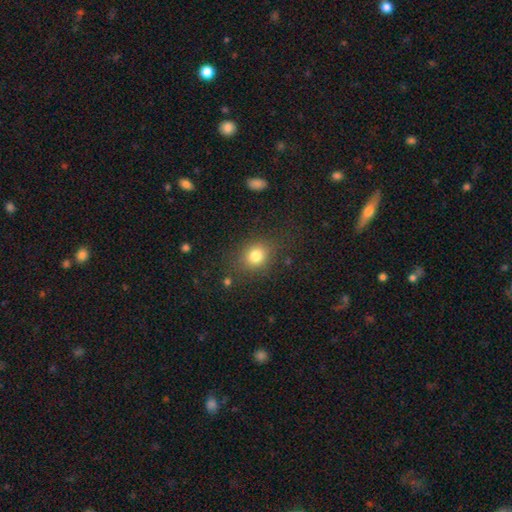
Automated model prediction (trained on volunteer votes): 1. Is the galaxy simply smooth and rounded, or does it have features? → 80% smooth, 12% star or artifact, 8% featured or disk.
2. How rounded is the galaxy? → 68% round, 31% in between, 1% cigar-shaped.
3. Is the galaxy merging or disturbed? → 80% none, 12% minor disturbance, 5% major disturbance, 2% merger.